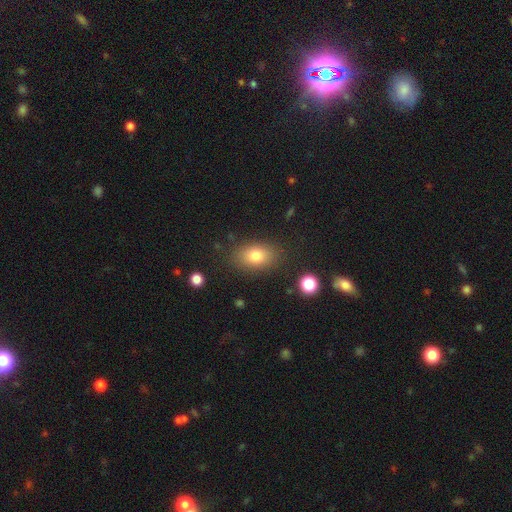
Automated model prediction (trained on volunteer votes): smooth-or-featured: smooth: 79% | featured or disk: 11% | star or artifact: 10%
  how-rounded: in between: 83% | round: 15% | cigar-shaped: 2%
  merging: none: 84% | minor disturbance: 11% | major disturbance: 4% | merger: 2%